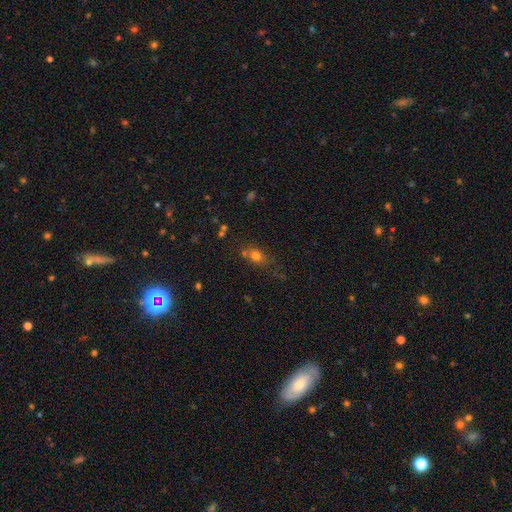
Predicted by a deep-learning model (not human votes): smooth-or-featured: smooth: 73% | star or artifact: 16% | featured or disk: 11%
  how-rounded: in between: 54% | round: 42% | cigar-shaped: 3%
  merging: none: 59% | merger: 17% | minor disturbance: 17% | major disturbance: 7%